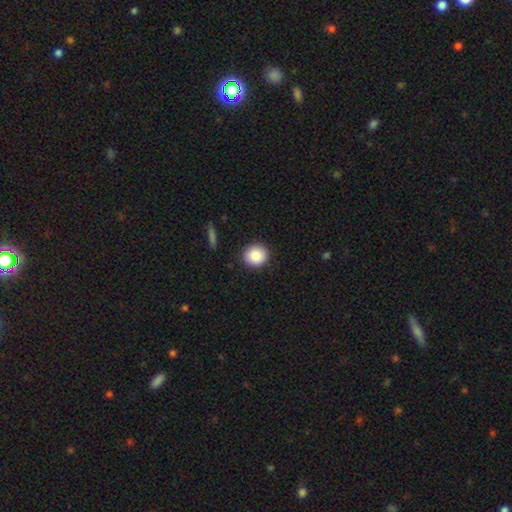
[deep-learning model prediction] Smooth or featured: smooth — 88% (star or artifact — 8%)
How rounded: round — 91% (in between — 8%)
Merging: none — 91% (minor disturbance — 6%)